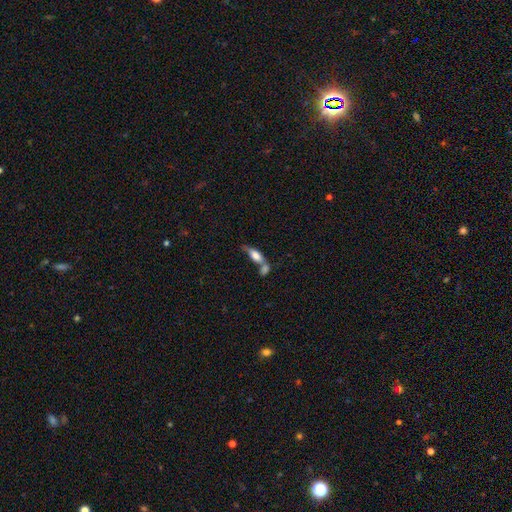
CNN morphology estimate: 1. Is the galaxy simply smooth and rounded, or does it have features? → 64% smooth, 28% featured or disk, 8% star or artifact.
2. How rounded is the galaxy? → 66% in between, 30% cigar-shaped, 5% round.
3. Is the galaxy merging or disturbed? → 50% merger, 30% none, 12% minor disturbance, 7% major disturbance.